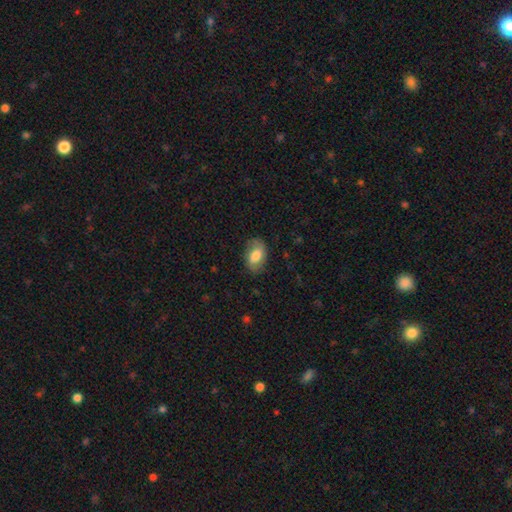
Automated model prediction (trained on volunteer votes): Overall: smooth (68%). How rounded: in between (89%). Merging: none (77%).